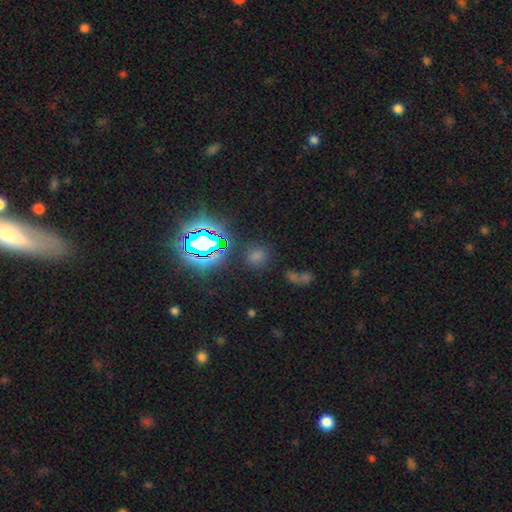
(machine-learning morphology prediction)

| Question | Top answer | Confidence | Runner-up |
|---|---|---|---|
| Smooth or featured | star or artifact | 51% | smooth (41%) |